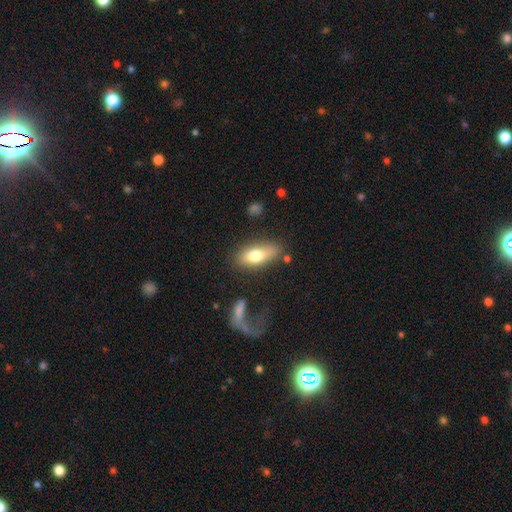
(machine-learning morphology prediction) smooth 71%, featured or disk 22%, star or artifact 7%. Down the decision tree: how rounded — in between (77%); merging — none (72%).